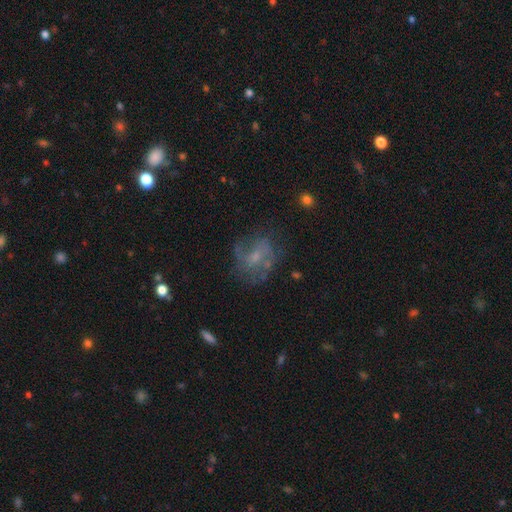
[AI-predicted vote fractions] Smooth or featured? featured or disk (62%)
Edge-on disk? no (97%)
Bar? no (51%)
Spiral arms? yes (71%)
Bulge size? small (55%)
Merging? none (61%)